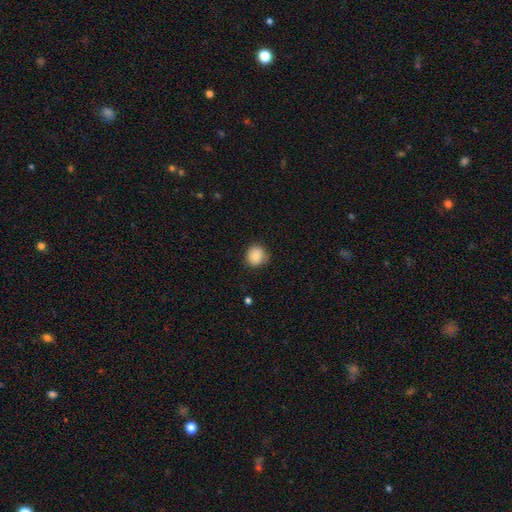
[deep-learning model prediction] This is clearly a smooth galaxy (86%). How rounded: clearly round (82%). Merging: likely none (76%).